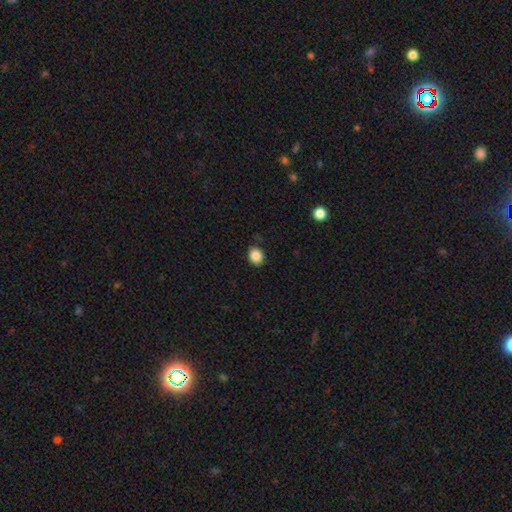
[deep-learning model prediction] Overall: smooth (87%). How rounded: round (60%; in between 40%). Merging: none (85%).